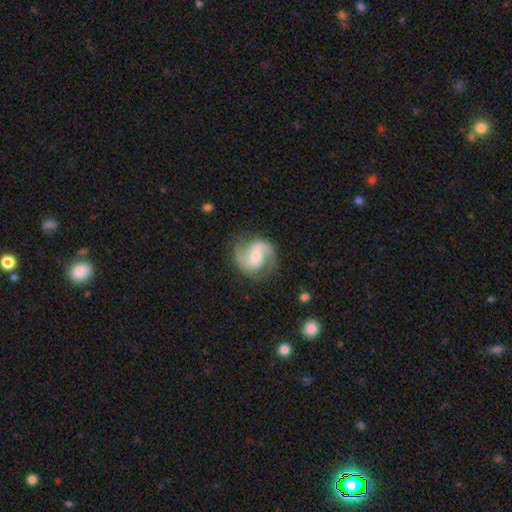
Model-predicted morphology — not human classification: featured or disk 86%, smooth 9%, star or artifact 5%. Down the decision tree: edge-on disk — no (98%); bar — no (46%); spiral arms — yes (97%); spiral arm count — 2 (88%); spiral winding — medium (54%); bulge size — small (48%); merging — none (77%).